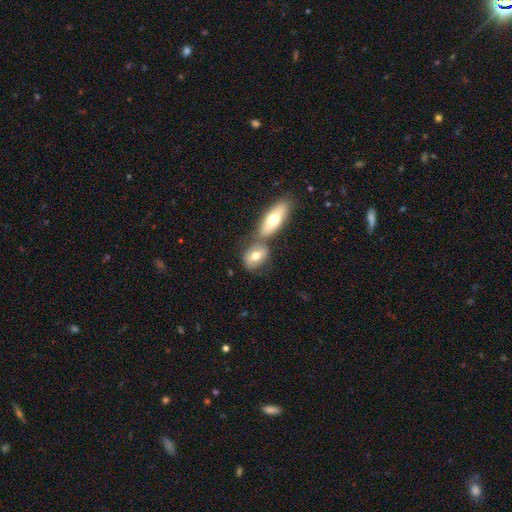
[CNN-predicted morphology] Smooth or featured? Predicted: smooth (p=0.64). How rounded? Predicted: in between (p=0.78). Merging? Predicted: none (p=0.44).